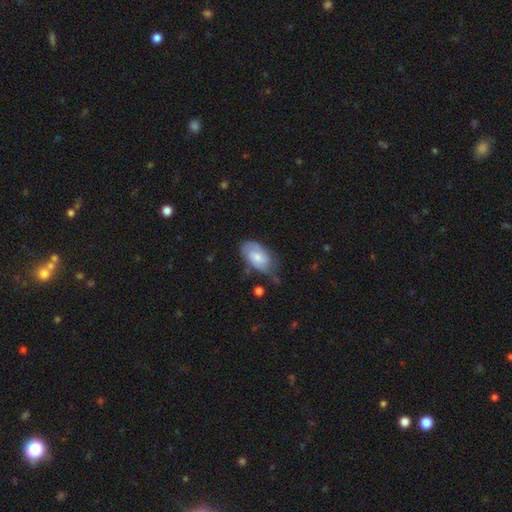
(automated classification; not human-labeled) Overall: smooth (53%; featured or disk 40%). How rounded: in between (92%). Merging: none (46%; minor disturbance 38%).